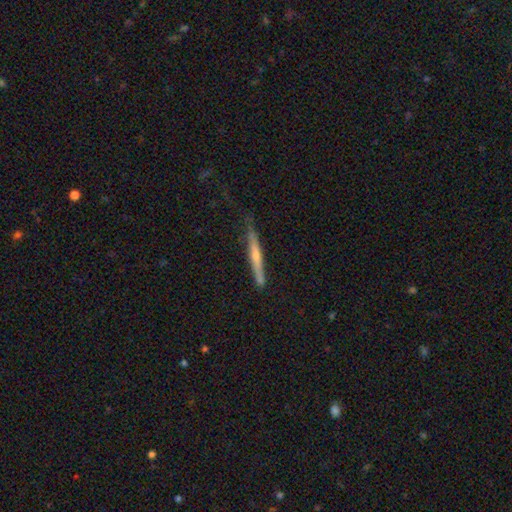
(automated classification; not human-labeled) Smooth or featured: featured or disk — 60% (smooth — 34%)
Edge-on disk: yes — 96% (no — 4%)
Edge-on bulge: rounded — 64% (none — 30%)
Merging: none — 74% (minor disturbance — 20%)